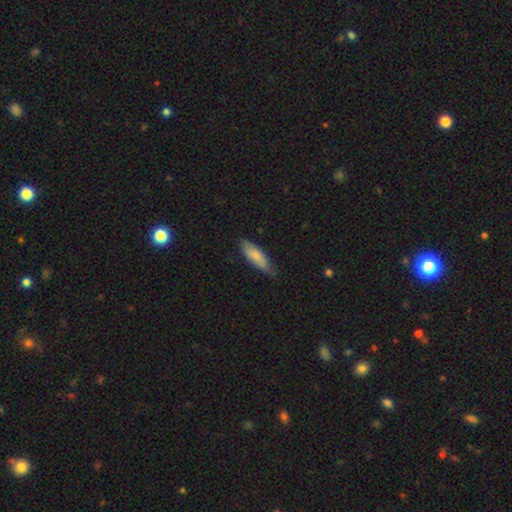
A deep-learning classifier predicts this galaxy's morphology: A smooth galaxy with no disk features (76%) that is in between round and cigar-shaped (54%).

Vote fractions:
- Smooth or featured? smooth: 76% / featured or disk: 18% / star or artifact: 5%
- How rounded? in between: 54% / cigar-shaped: 45% / round: 2%
- Merging? none: 73% / minor disturbance: 23% / major disturbance: 3% / merger: 1%